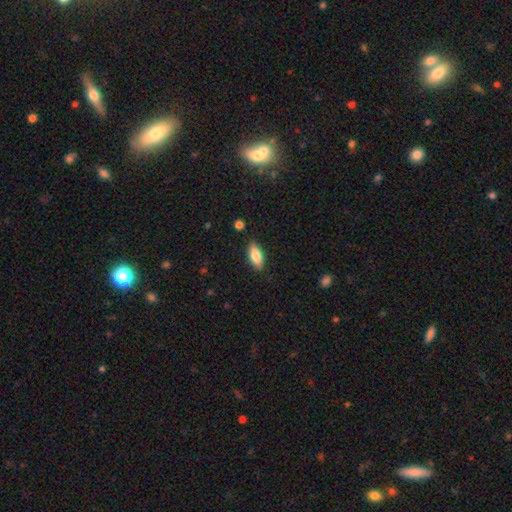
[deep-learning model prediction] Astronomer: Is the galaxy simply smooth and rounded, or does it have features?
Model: smooth — 78%.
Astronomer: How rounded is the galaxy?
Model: in between — 79%.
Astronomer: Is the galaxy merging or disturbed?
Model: none — 87%.